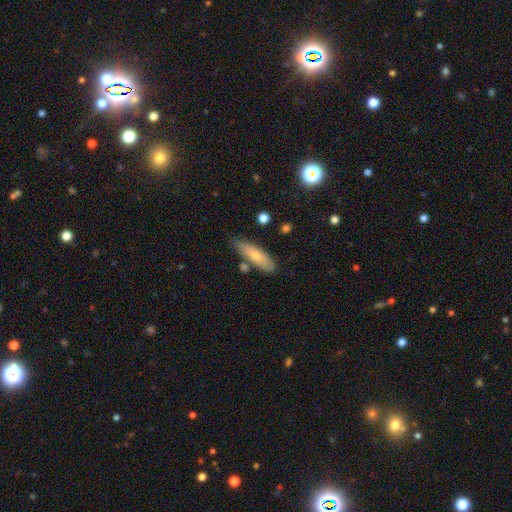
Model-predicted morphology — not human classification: Smooth or featured? Predicted: smooth (p=0.70). How rounded? Predicted: cigar-shaped (p=0.52). Merging? Predicted: none (p=0.73).